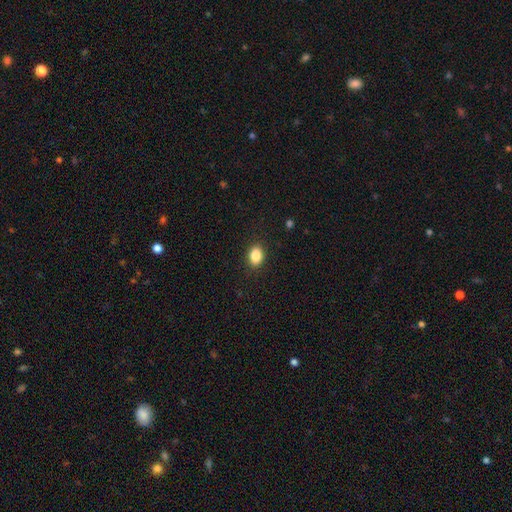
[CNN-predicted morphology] This is clearly a smooth galaxy (86%). How rounded: likely in between (73%). Merging: clearly none (89%).